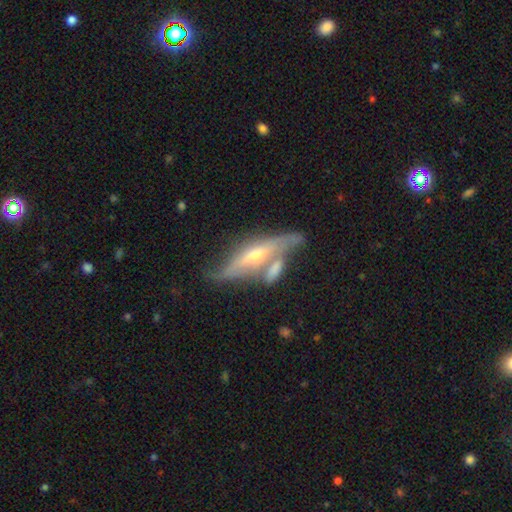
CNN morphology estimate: Smooth or featured: featured or disk — 71% (smooth — 23%)
Edge-on disk: yes — 74% (no — 26%)
Edge-on bulge: rounded — 87% (none — 7%)
Merging: none — 41% (merger — 33%)